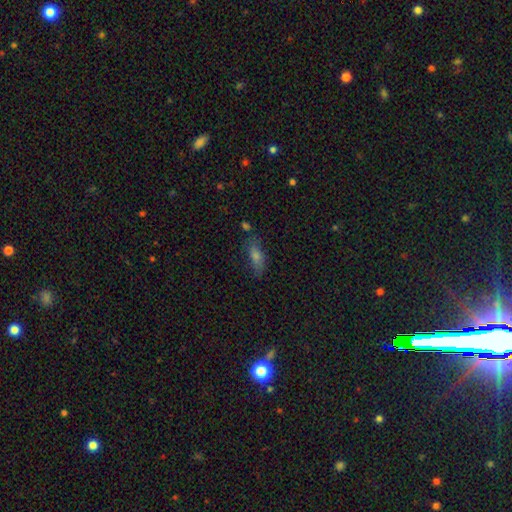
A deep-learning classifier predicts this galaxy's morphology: This appears to be a smooth galaxy with no disk features (60%) that is in between round and cigar-shaped (58%). Merging: none (72%).